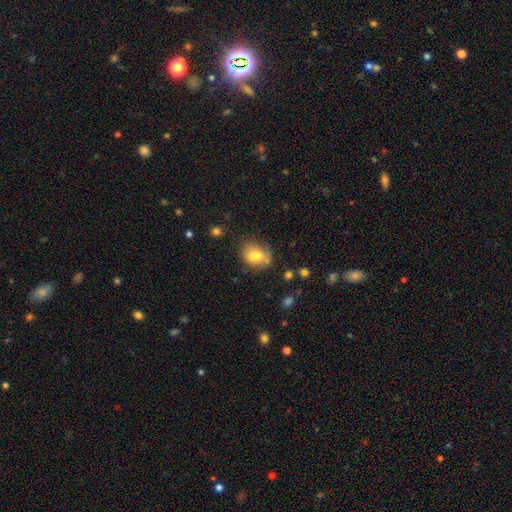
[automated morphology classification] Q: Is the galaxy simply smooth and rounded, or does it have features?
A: smooth — 68%.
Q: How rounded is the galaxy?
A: in between — 51%.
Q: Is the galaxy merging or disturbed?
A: none — 43%.